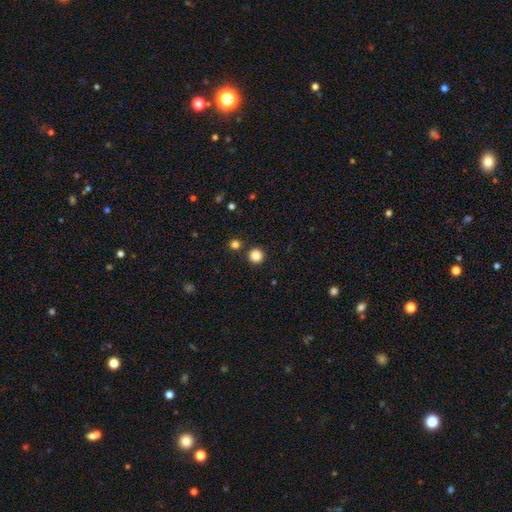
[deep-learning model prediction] smooth 85%, star or artifact 12%, featured or disk 3%. Down the decision tree: how rounded — round (96%); merging — none (90%).